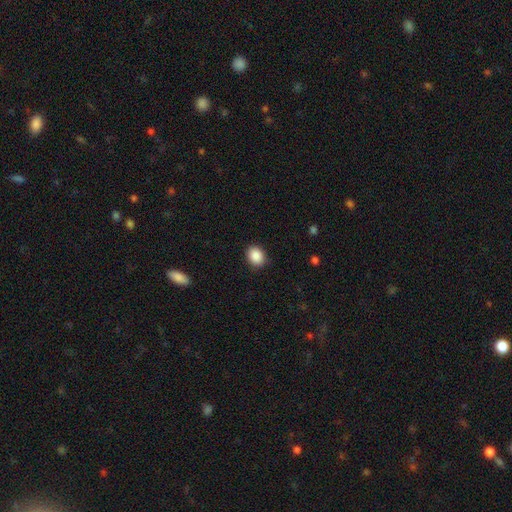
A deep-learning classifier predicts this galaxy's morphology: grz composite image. It shows a smooth galaxy with no disk features (88%) that is round (51%). Merging: none (88%).